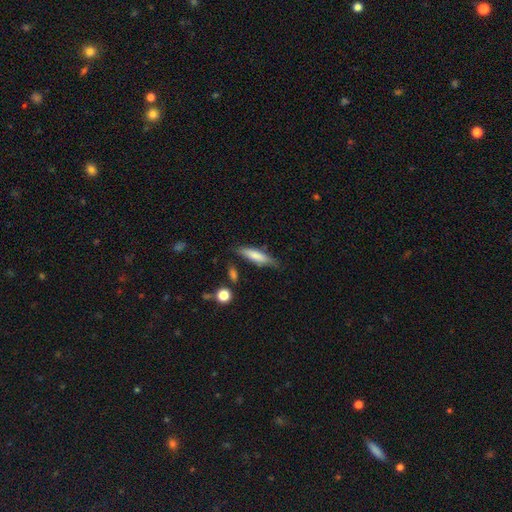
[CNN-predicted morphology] This appears to be a smooth galaxy with no disk features (72%) that is cigar-shaped (69%). Merging: none (70%).